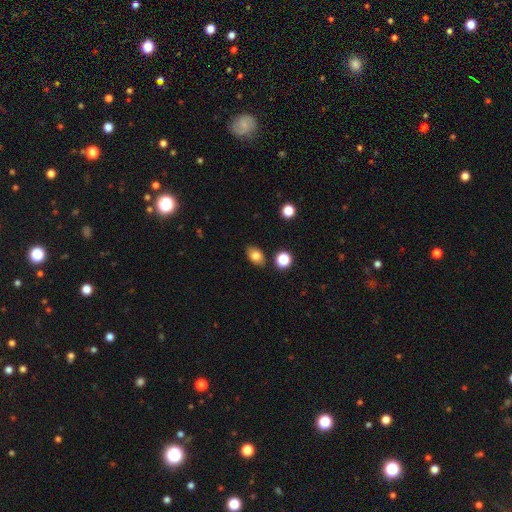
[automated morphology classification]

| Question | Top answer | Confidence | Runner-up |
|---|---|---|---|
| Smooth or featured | smooth | 79% | featured or disk (11%) |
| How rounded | in between | 83% | round (16%) |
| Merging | none | 84% | minor disturbance (10%) |